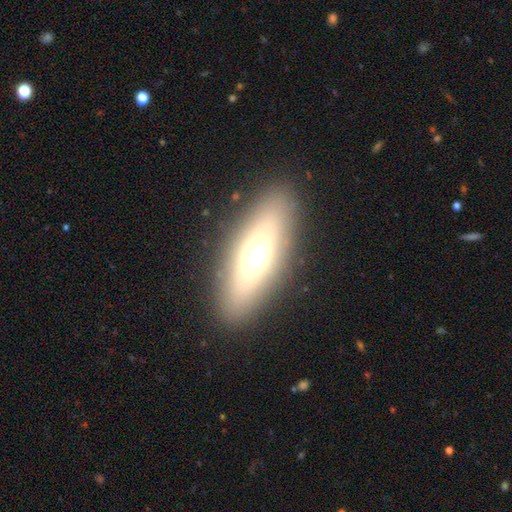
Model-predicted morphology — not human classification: The model was most divided on "smooth or featured": smooth: 53%, featured or disk: 35%, star or artifact: 12%. More confident: merging — none (86%); how rounded — in between (66%).